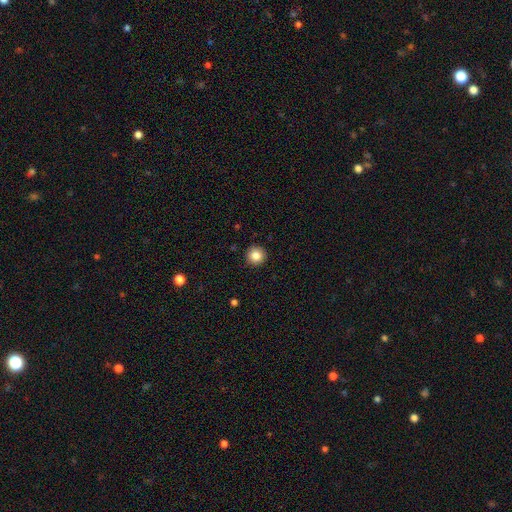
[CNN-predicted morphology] Smooth or featured?
  - smooth: 85% *
  - star or artifact: 10%
  - featured or disk: 5%
How rounded?
  - round: 95% *
  - in between: 4%
  - cigar-shaped: 1%
Merging?
  - none: 93% *
  - minor disturbance: 5%
  - major disturbance: 2%
  - merger: 1%